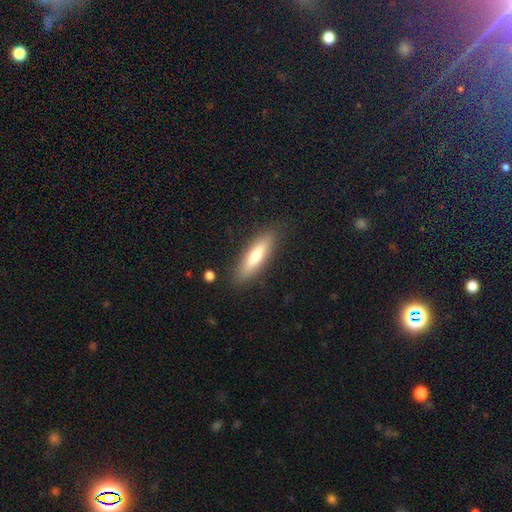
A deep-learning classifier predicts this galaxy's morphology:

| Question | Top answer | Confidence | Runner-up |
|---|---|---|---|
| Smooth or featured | smooth | 69% | featured or disk (24%) |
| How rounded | cigar-shaped | 69% | in between (30%) |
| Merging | none | 86% | minor disturbance (10%) |